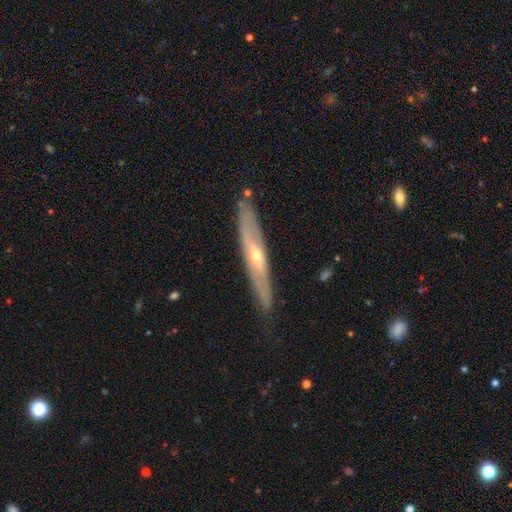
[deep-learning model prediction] featured or disk 70%, smooth 23%, star or artifact 7%. Down the decision tree: edge-on disk — yes (78%); edge-on bulge — rounded (77%); merging — none (83%).